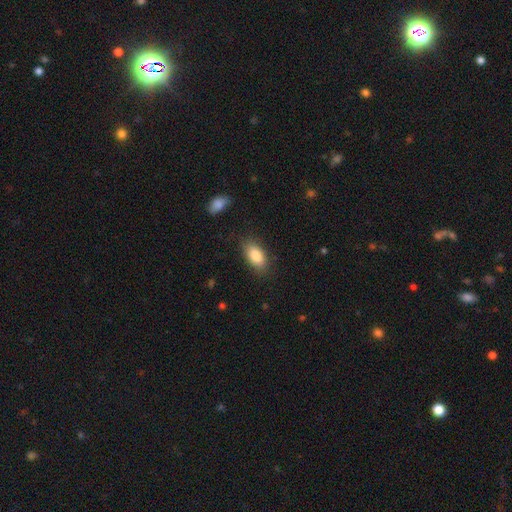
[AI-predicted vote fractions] This appears to be a smooth galaxy with no disk features (86%) that is in between round and cigar-shaped (90%). Merging: none (82%).